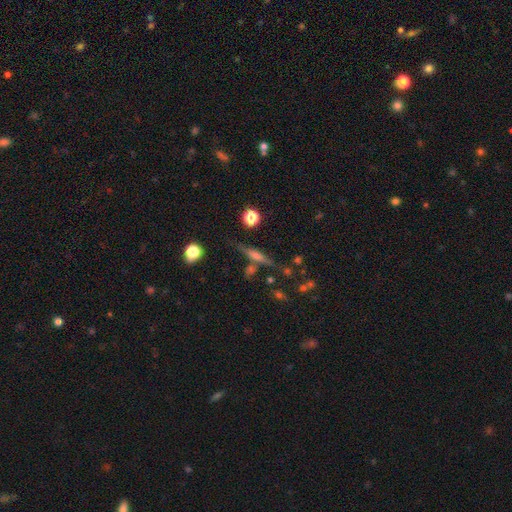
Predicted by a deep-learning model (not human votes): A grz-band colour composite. It shows a featured or disk galaxy (58%) viewed edge-on (94%) with a rounded central bulge (62%). Merging: none (75%).